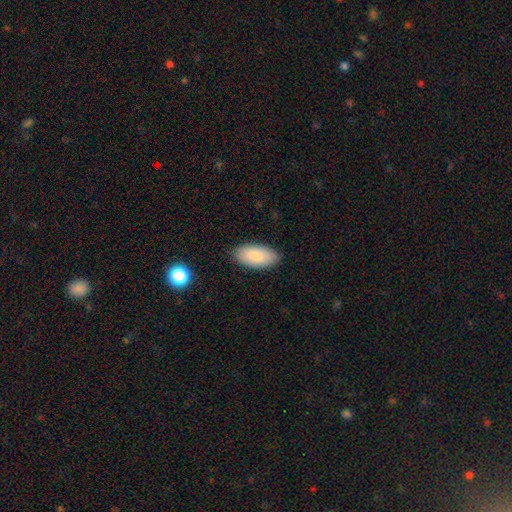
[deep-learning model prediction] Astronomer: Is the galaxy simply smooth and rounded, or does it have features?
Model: smooth — 85%.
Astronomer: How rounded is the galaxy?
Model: in between — 94%.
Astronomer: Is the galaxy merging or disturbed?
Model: none — 87%.